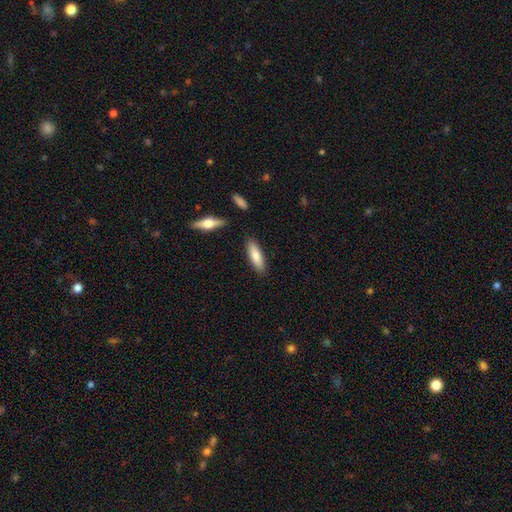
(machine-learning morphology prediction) This appears to be a smooth galaxy with no disk features (76%) that is cigar-shaped (51%). Merging: none (84%).